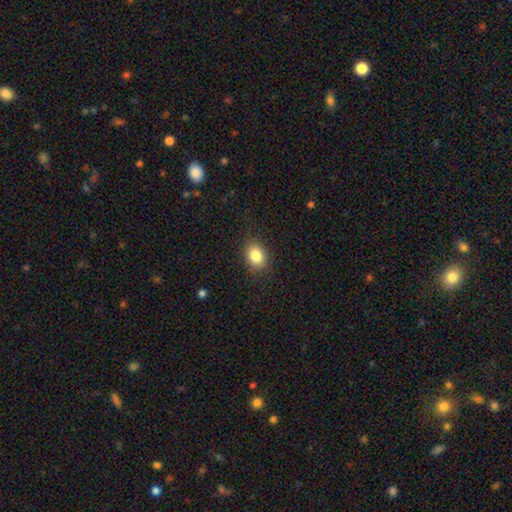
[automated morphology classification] smooth-or-featured: smooth: 84% | star or artifact: 9% | featured or disk: 6%
  how-rounded: in between: 61% | round: 38% | cigar-shaped: 1%
  merging: none: 87% | minor disturbance: 10% | major disturbance: 3% | merger: 1%